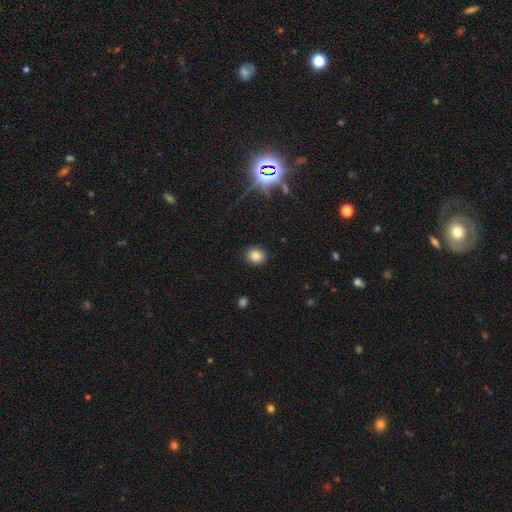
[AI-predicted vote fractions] The model was most divided on "how rounded": round: 69%, in between: 30%, cigar-shaped: 1%. More confident: merging — none (88%); smooth or featured — smooth (83%).